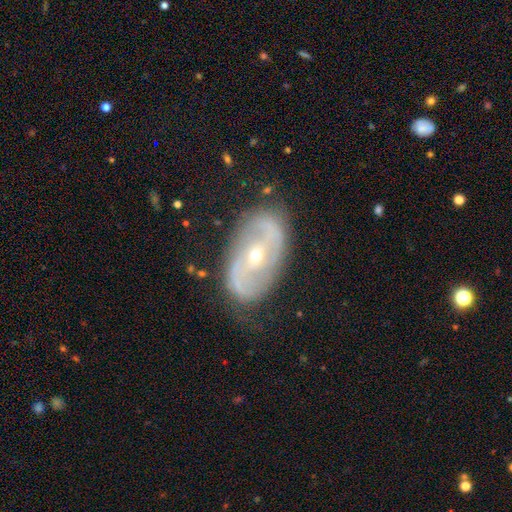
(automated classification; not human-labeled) Overall: featured or disk (80%). Edge-on disk: no (94%). Bar: no (42%; weak 33%). Spiral arms: yes (78%). Spiral arm count: 2 (83%). Spiral winding: medium (40%; loose 32%). Bulge size: small (61%; moderate 36%). Merging: none (77%).